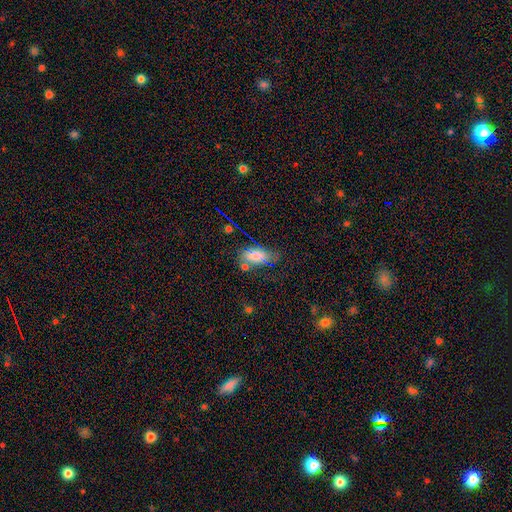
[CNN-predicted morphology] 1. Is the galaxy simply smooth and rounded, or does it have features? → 71% smooth, 16% star or artifact, 14% featured or disk.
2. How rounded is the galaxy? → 84% in between, 11% cigar-shaped, 5% round.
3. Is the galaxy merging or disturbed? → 50% none, 26% minor disturbance, 13% major disturbance, 11% merger.